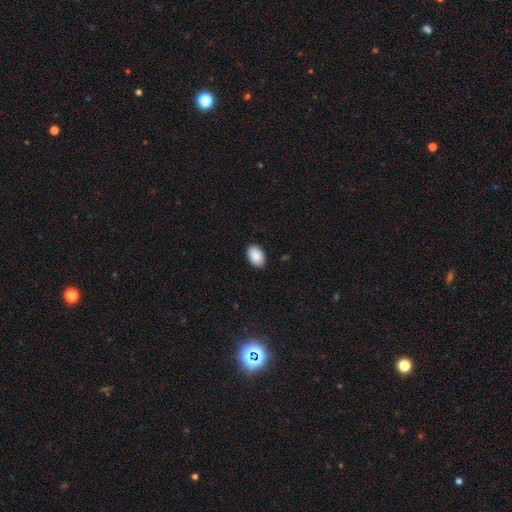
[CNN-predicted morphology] This is clearly a smooth galaxy (90%). How rounded: clearly in between (90%). Merging: clearly none (88%).